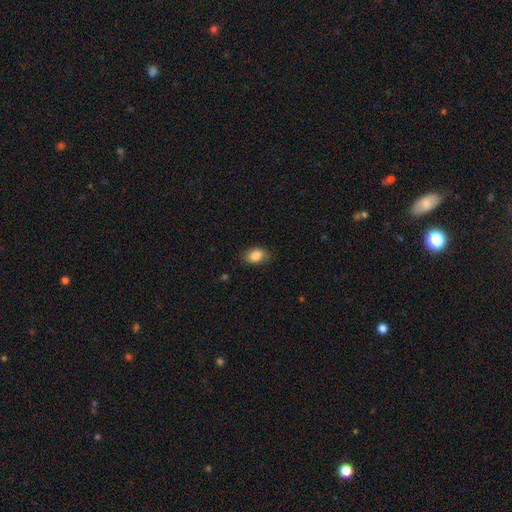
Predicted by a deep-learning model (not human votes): A smooth galaxy with no disk features (85%) that is in between round and cigar-shaped (84%).

Vote fractions:
- Smooth or featured? smooth: 85% / star or artifact: 8% / featured or disk: 7%
- How rounded? in between: 84% / round: 14% / cigar-shaped: 2%
- Merging? none: 79% / minor disturbance: 16% / major disturbance: 4% / merger: 1%